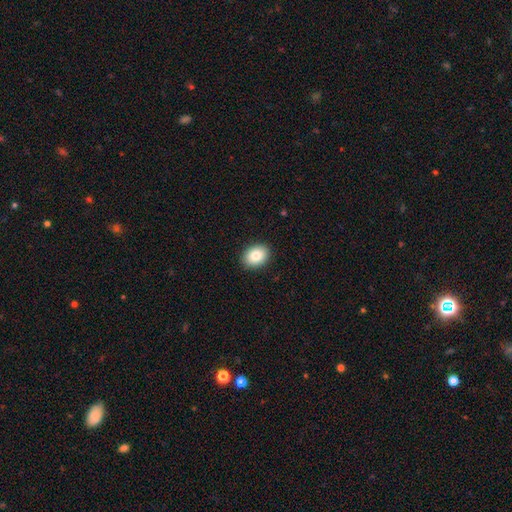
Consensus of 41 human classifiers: A smooth galaxy with no disk features (78%) that is in between round and cigar-shaped (56%). Merging: none (100%).